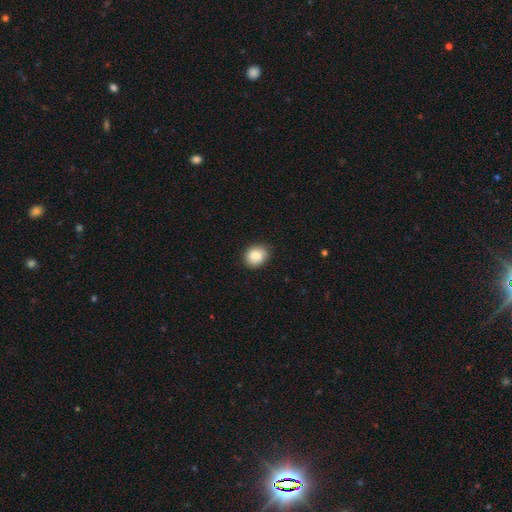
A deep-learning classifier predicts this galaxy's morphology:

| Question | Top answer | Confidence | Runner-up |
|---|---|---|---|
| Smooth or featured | smooth | 86% | star or artifact (8%) |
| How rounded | round | 56% | in between (43%) |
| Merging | none | 79% | minor disturbance (17%) |